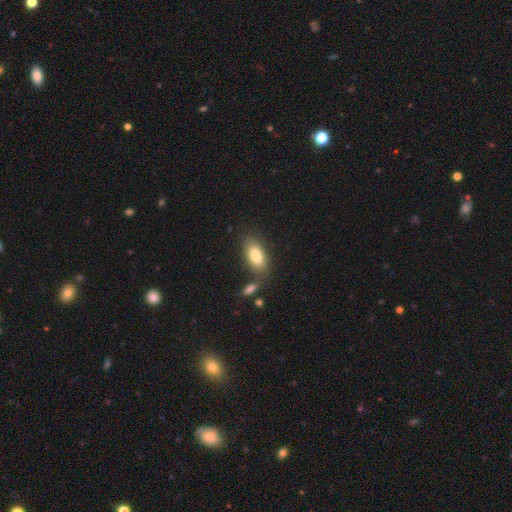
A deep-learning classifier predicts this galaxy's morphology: Smooth or featured? Predicted: smooth (p=0.85). How rounded? Predicted: in between (p=0.87). Merging? Predicted: none (p=0.72).